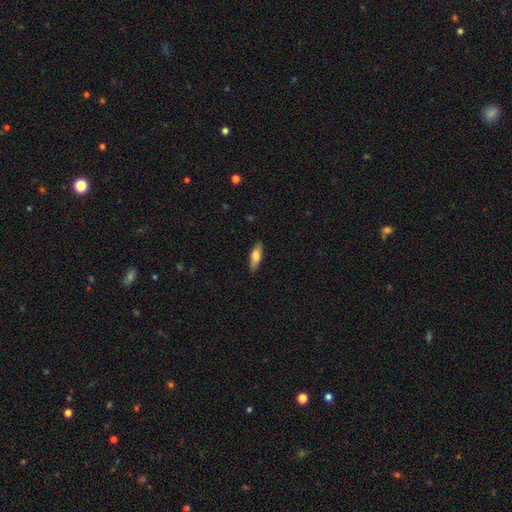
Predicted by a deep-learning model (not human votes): This is likely a smooth galaxy (70%). How rounded: possibly in between (53%). Merging: clearly none (87%).